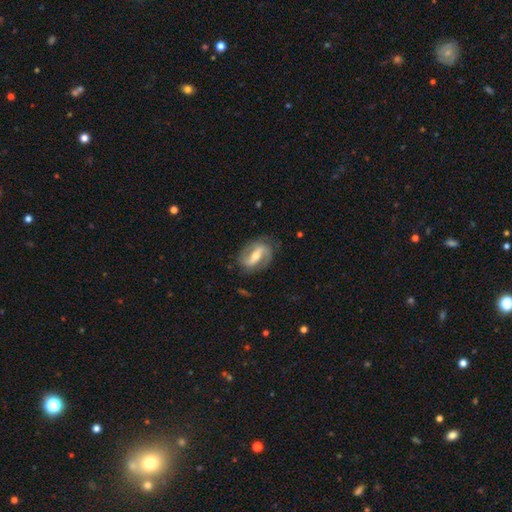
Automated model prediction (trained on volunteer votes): This appears to be a featured or disk galaxy (81%) with a strong bar (53%), 2 (88%) medium (42%) spiral arms (89%) and a moderate central bulge (60%). Merging: none (80%).